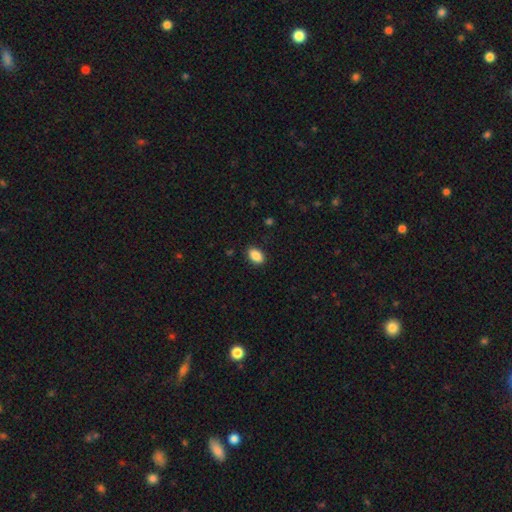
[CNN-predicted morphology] type=smooth (88%); roundness=in between (89%); merging=none (88%).